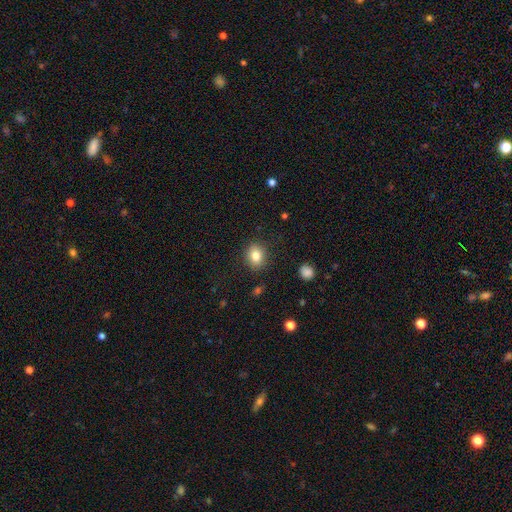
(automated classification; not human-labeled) The model was most divided on "how rounded": round: 56%, in between: 43%, cigar-shaped: 1%. More confident: merging — none (88%); smooth or featured — smooth (82%).